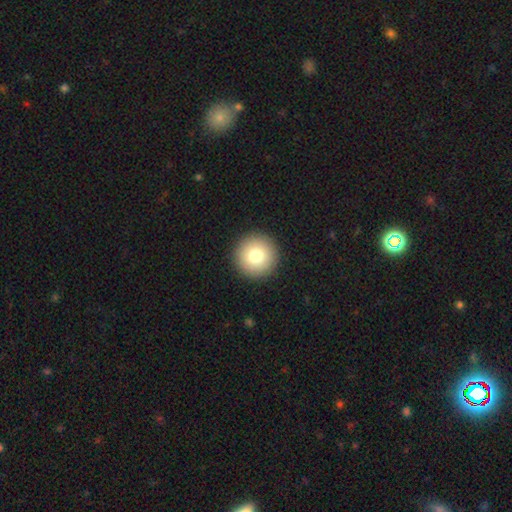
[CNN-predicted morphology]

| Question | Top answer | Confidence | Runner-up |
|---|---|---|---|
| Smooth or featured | smooth | 80% | featured or disk (11%) |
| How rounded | round | 96% | in between (3%) |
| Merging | none | 93% | minor disturbance (4%) |